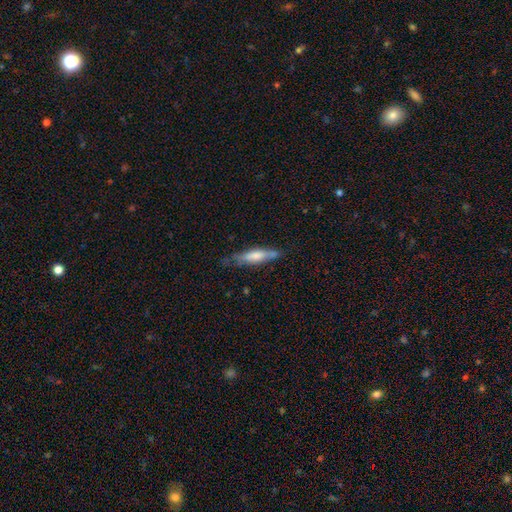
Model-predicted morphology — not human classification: type=smooth (60%); roundness=cigar-shaped (76%); merging=none (65%).